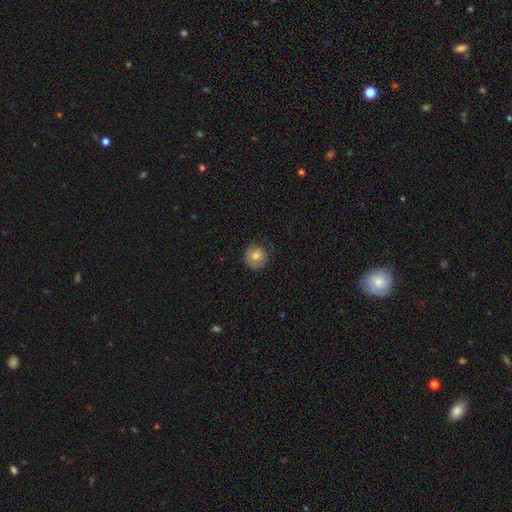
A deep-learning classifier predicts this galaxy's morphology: Smooth or featured? Predicted: smooth (p=0.75). How rounded? Predicted: round (p=0.90). Merging? Predicted: none (p=0.78).